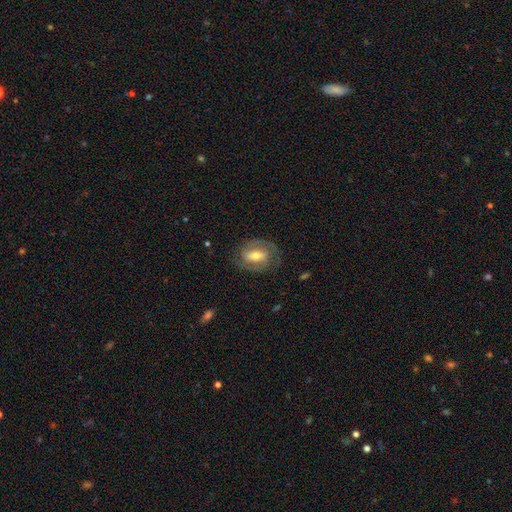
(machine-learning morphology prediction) featured or disk 79%, smooth 16%, star or artifact 6%. Down the decision tree: edge-on disk — no (96%); bar — weak (39%); spiral arms — yes (90%); spiral arm count — 2 (87%); spiral winding — tight (48%); bulge size — moderate (56%); merging — none (80%).